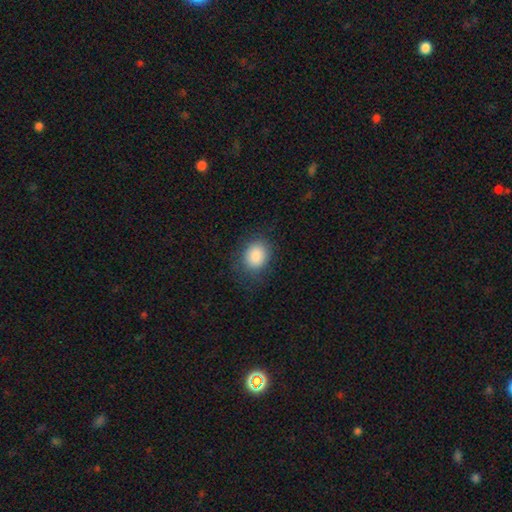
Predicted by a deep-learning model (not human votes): Smooth or featured? smooth (87%)
How rounded? round (54%)
Merging? none (80%)